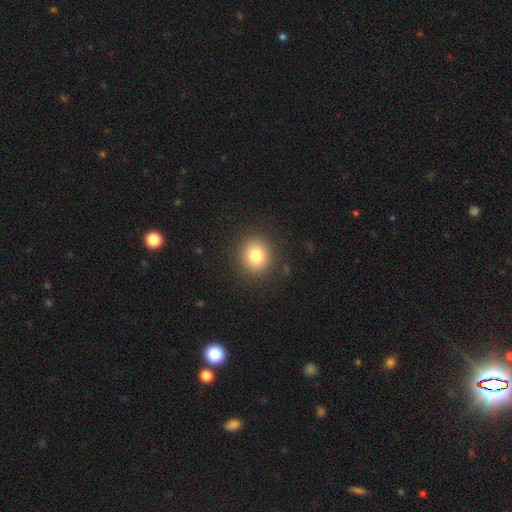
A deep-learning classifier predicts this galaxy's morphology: This is clearly a smooth galaxy (82%). How rounded: clearly round (83%). Merging: clearly none (89%).